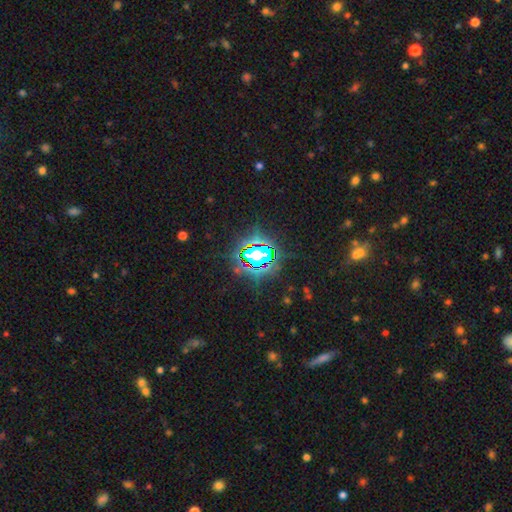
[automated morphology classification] smooth-or-featured: star or artifact: 74% | smooth: 15% | featured or disk: 11%